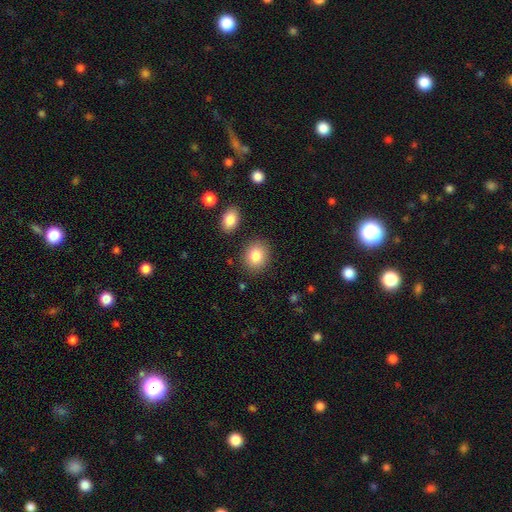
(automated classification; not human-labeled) Morphology: type=smooth (83%); roundness=round (56%); merging=none (85%).